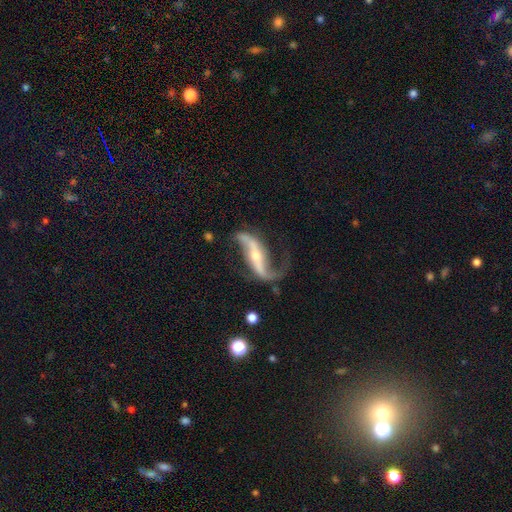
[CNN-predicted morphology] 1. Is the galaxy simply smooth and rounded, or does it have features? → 91% featured or disk, 5% smooth, 5% star or artifact.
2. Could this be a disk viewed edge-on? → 92% no, 8% yes.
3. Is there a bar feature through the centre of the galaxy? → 58% strong, 21% weak, 21% no.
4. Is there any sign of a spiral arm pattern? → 96% yes, 4% no.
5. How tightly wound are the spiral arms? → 85% loose, 11% medium, 4% tight.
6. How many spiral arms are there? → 90% 2, 5% 1, 2% can't tell, 1% 3, 1% 4, 1% more than 4.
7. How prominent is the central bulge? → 55% small, 39% moderate, 2% large, 2% none, 1% dominant.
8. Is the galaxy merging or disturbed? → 67% none, 16% minor disturbance, 13% major disturbance, 3% merger.